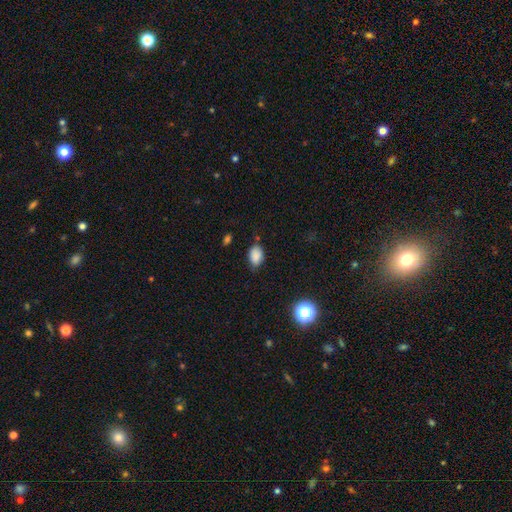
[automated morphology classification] Overall: smooth (86%). How rounded: in between (82%). Merging: none (68%).